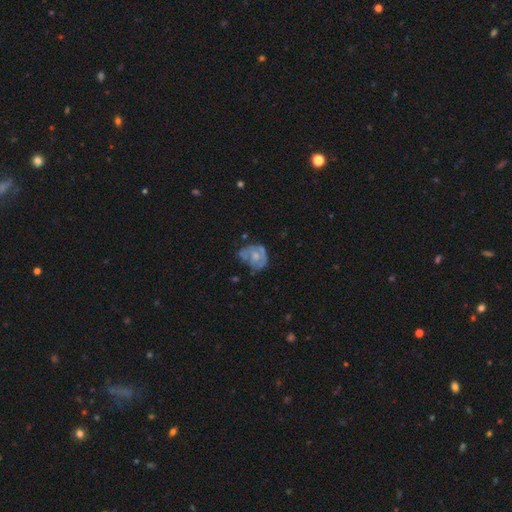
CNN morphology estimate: smooth_or_featured: featured or disk (p=0.61) [alt: smooth p=0.31]
disk_edge_on: no (p=0.98) [alt: yes p=0.02]
bar: no (p=0.78) [alt: weak p=0.18]
has_spiral_arms: yes (p=0.56) [alt: no p=0.44]
bulge_size: moderate (p=0.42) [alt: small p=0.33]
merging: none (p=0.40) [alt: minor disturbance p=0.29]